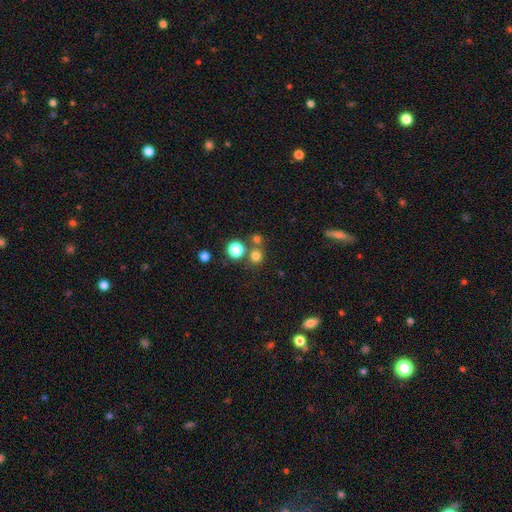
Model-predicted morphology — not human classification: This is likely a smooth galaxy (74%). How rounded: clearly round (89%). Merging: likely none (68%).